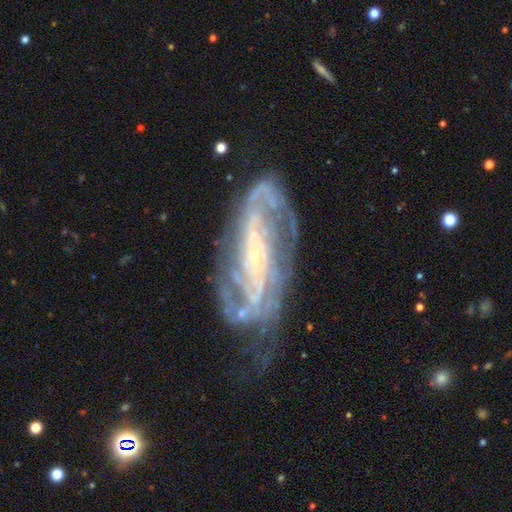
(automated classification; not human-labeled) Q: Smooth or featured?
A: featured or disk (88%); runner-up: star or artifact (6%)
Q: Edge-on disk?
A: no (93%); runner-up: yes (7%)
Q: Bar?
A: no (54%); runner-up: weak (27%)
Q: Spiral arms?
A: yes (94%); runner-up: no (6%)
Q: Spiral winding?
A: tight (47%); runner-up: medium (38%)
Q: Spiral arm count?
A: 2 (40%); runner-up: can't tell (27%)
Q: Bulge size?
A: small (83%); runner-up: moderate (12%)
Q: Merging?
A: none (55%); runner-up: minor disturbance (22%)